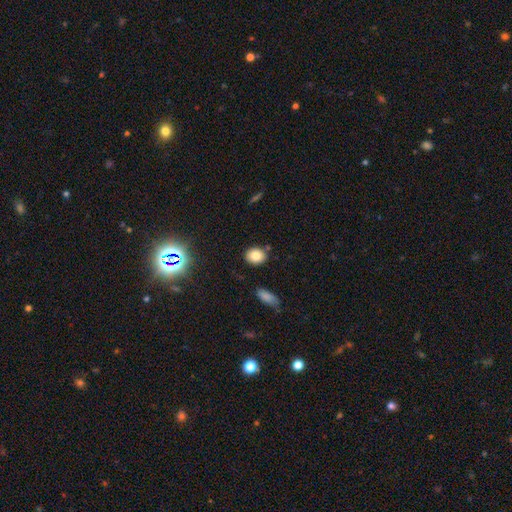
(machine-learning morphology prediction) smooth_or_featured: smooth (p=0.81) [alt: star or artifact p=0.11]
how_rounded: round (p=0.56) [alt: in between p=0.43]
merging: none (p=0.84) [alt: minor disturbance p=0.09]